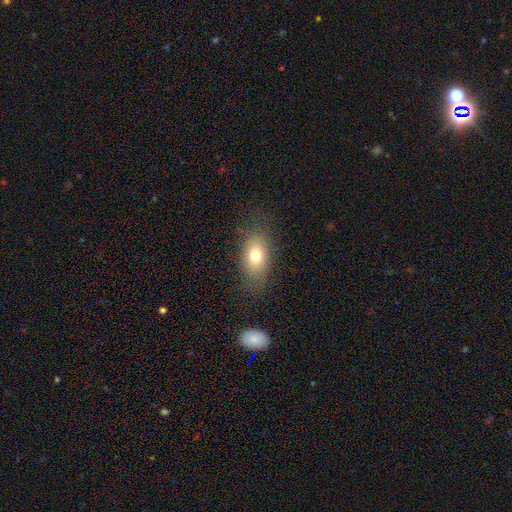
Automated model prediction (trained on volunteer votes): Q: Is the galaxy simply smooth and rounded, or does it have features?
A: smooth — 73%.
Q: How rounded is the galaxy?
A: in between — 84%.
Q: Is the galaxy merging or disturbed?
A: none — 78%.